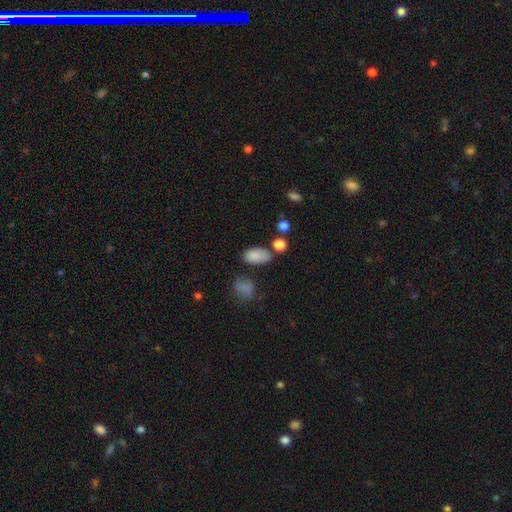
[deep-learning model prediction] smooth-or-featured: smooth: 83% | star or artifact: 9% | featured or disk: 8%
  how-rounded: in between: 91% | round: 6% | cigar-shaped: 3%
  merging: none: 64% | minor disturbance: 20% | merger: 10% | major disturbance: 6%